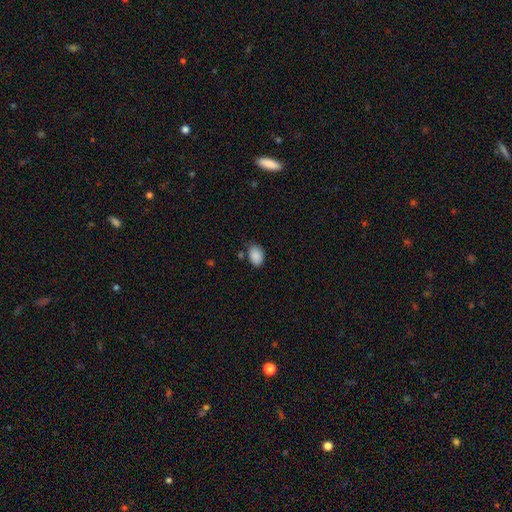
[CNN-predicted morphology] Overall: smooth (89%). How rounded: in between (83%). Merging: none (74%).